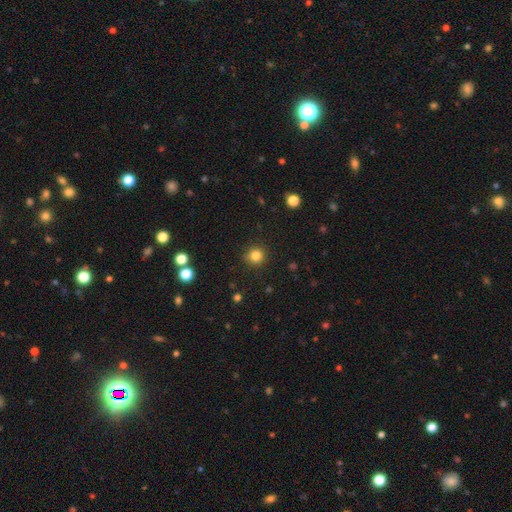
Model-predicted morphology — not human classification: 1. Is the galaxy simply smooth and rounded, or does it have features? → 82% smooth, 13% star or artifact, 5% featured or disk.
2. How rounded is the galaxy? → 93% round, 6% in between, 1% cigar-shaped.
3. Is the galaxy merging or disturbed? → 90% none, 6% minor disturbance, 2% major disturbance, 1% merger.